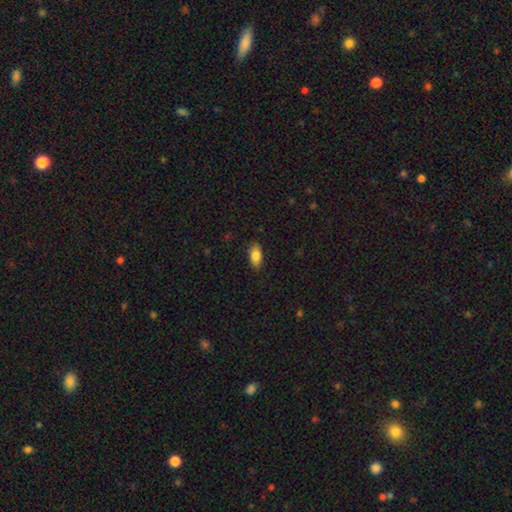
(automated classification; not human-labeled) This appears to be a smooth galaxy with no disk features (82%) that is in between round and cigar-shaped (88%). Merging: none (82%).